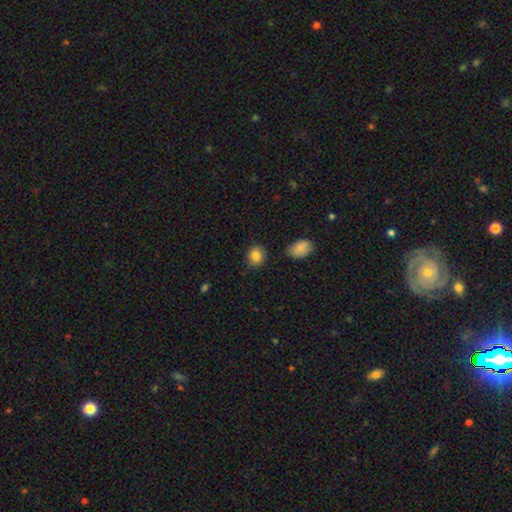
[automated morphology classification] Overall: smooth (85%). How rounded: round (78%). Merging: none (84%).